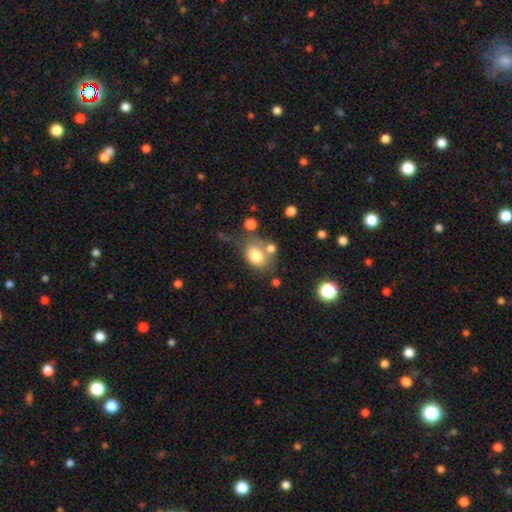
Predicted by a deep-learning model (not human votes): Overall: smooth (77%). How rounded: in between (69%; round 30%). Merging: none (52%; merger 20%).